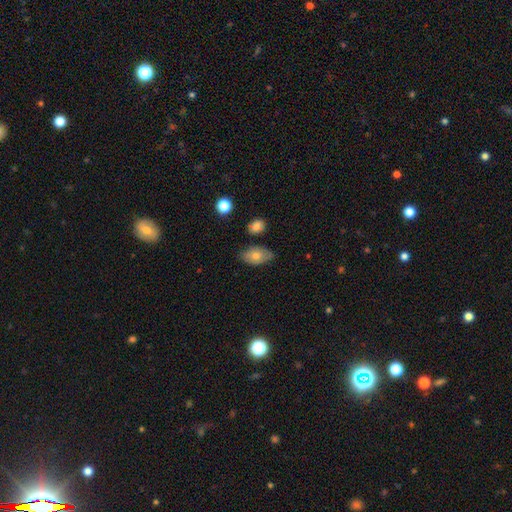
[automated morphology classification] This is likely a smooth galaxy (69%). How rounded: clearly in between (90%). Merging: likely none (69%).